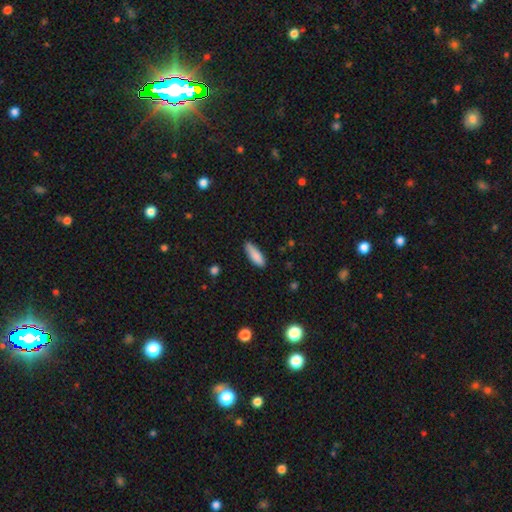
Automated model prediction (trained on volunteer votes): smooth-or-featured: smooth: 86% | featured or disk: 8% | star or artifact: 6%
  how-rounded: in between: 57% | cigar-shaped: 42% | round: 2%
  merging: none: 79% | minor disturbance: 17% | major disturbance: 3% | merger: 2%